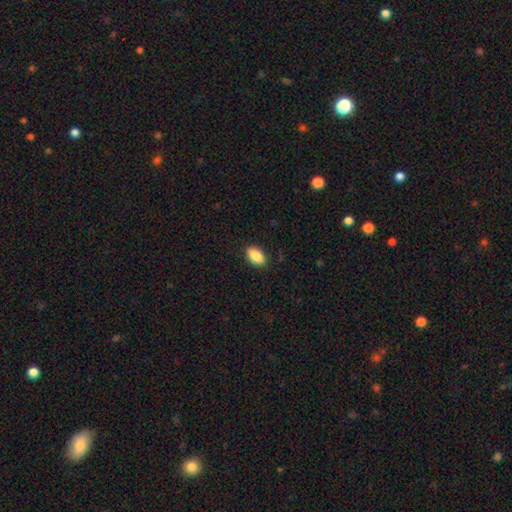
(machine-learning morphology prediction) Smooth or featured? smooth (87%)
How rounded? in between (92%)
Merging? none (88%)